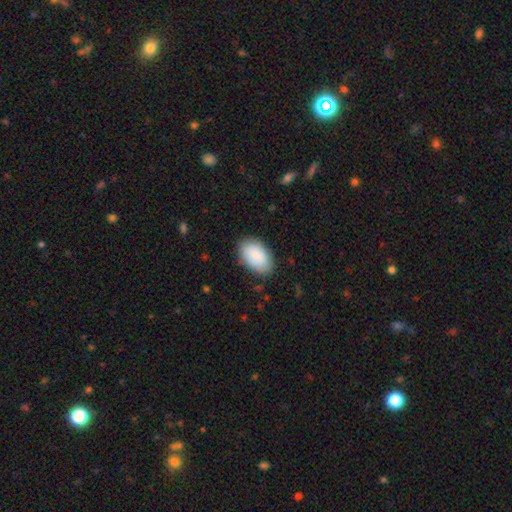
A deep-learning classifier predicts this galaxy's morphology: smooth 88%, featured or disk 6%, star or artifact 6%. Down the decision tree: how rounded — in between (94%); merging — none (84%).